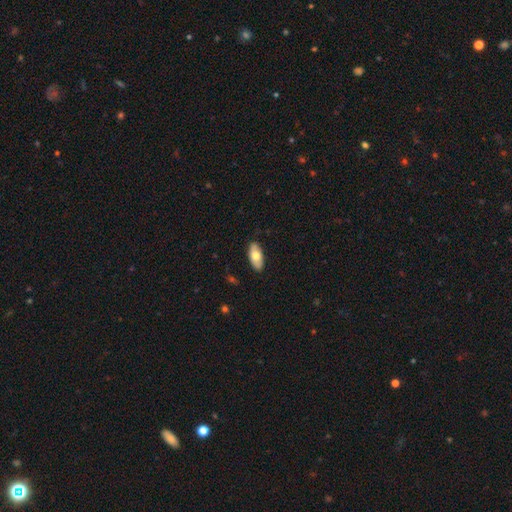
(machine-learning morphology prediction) This appears to be a smooth galaxy with no disk features (67%) that is in between round and cigar-shaped (91%). Merging: none (86%).